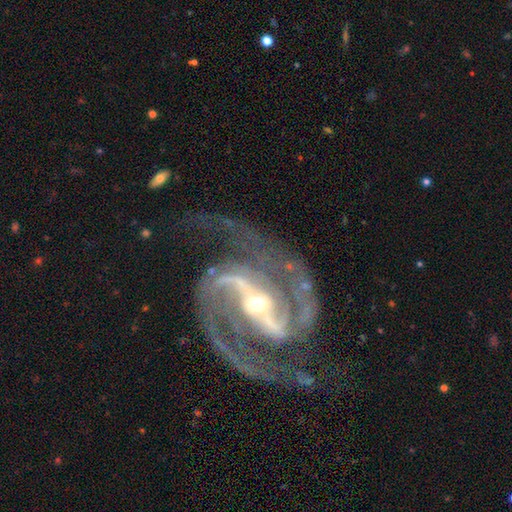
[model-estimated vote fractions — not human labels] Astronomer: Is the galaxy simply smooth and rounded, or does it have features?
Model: featured or disk — 94%.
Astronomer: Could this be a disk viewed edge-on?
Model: no — 98%.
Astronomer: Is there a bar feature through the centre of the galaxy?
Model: strong — 65%.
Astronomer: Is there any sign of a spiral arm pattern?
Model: yes — 99%.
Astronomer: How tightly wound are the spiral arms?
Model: medium — 62%.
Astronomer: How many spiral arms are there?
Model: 2 — 88%.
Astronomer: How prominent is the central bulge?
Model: small — 53% (runner-up: moderate, 42%).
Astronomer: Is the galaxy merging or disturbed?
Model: none — 70%.